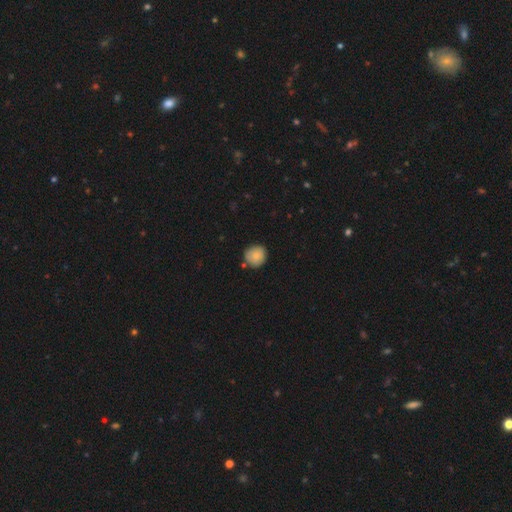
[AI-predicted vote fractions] Morphology: type=smooth (82%); roundness=round (91%); merging=none (79%).